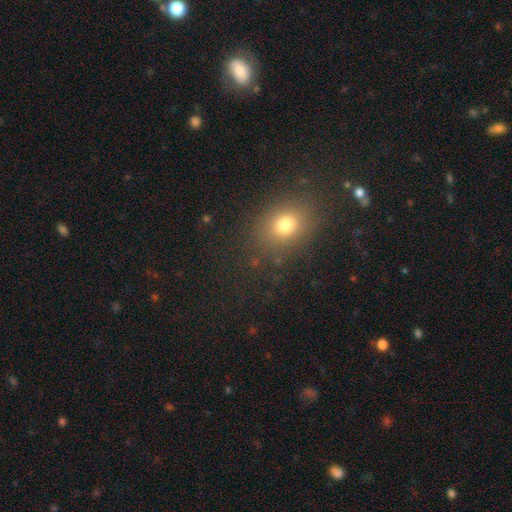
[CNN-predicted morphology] smooth_or_featured: smooth (p=0.64) [alt: star or artifact p=0.27]
how_rounded: round (p=0.54) [alt: in between p=0.45]
merging: none (p=0.84) [alt: minor disturbance p=0.10]